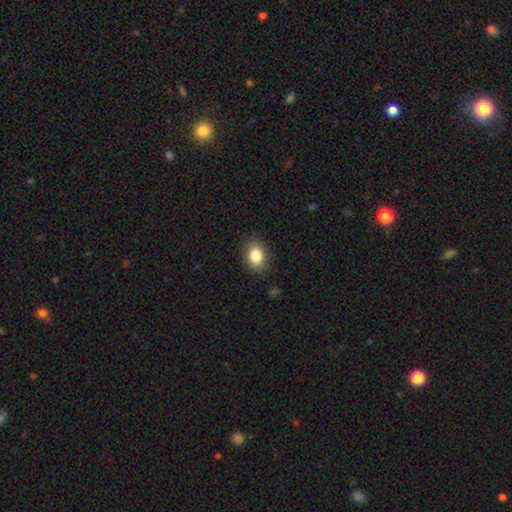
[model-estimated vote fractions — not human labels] A smooth galaxy with no disk features (83%) that is in between round and cigar-shaped (67%).

Vote fractions:
- Smooth or featured? smooth: 83% / star or artifact: 9% / featured or disk: 7%
- How rounded? in between: 67% / round: 31% / cigar-shaped: 1%
- Merging? none: 86% / minor disturbance: 10% / major disturbance: 3% / merger: 1%